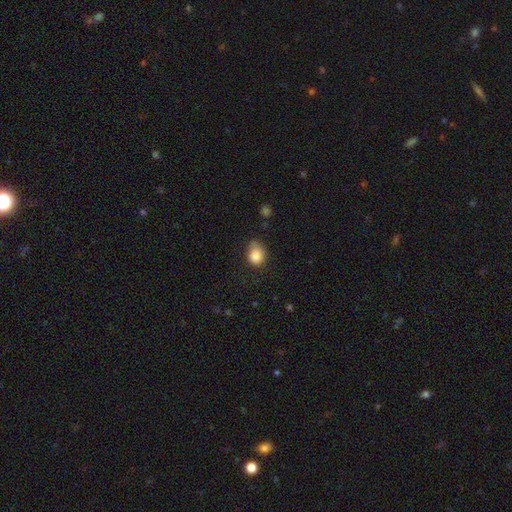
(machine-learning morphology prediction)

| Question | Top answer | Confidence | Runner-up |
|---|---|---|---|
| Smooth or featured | smooth | 85% | star or artifact (9%) |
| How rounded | round | 58% | in between (41%) |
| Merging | none | 51% | minor disturbance (36%) |